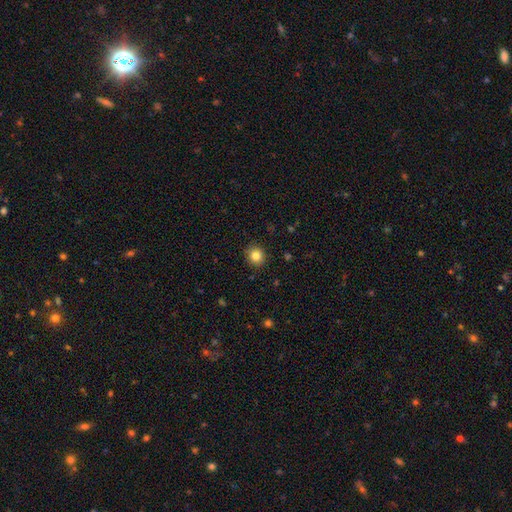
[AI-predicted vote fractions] Overall: smooth (83%). How rounded: round (89%). Merging: none (90%).